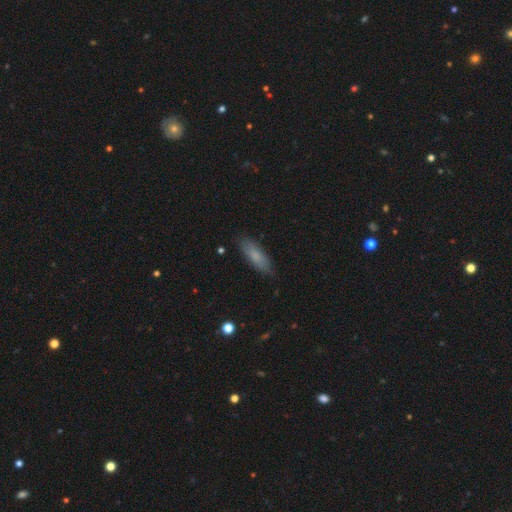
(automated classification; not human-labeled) Smooth or featured?
  - smooth: 78% *
  - featured or disk: 15%
  - star or artifact: 7%
How rounded?
  - in between: 50% *
  - cigar-shaped: 48%
  - round: 2%
Merging?
  - none: 85% *
  - minor disturbance: 12%
  - major disturbance: 2%
  - merger: 1%